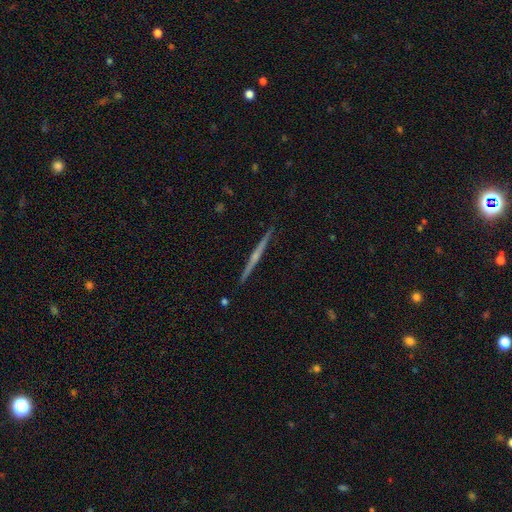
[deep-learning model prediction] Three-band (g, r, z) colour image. It shows a featured or disk galaxy (74%) viewed edge-on (98%) with a rounded central bulge (54%). Merging: none (92%).